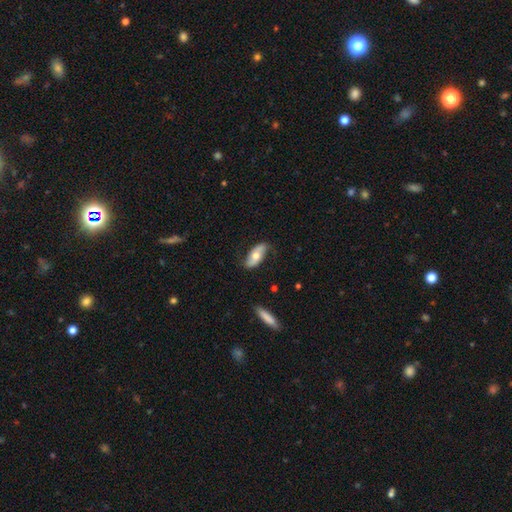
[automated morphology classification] type=smooth (48%); merging=none (76%).